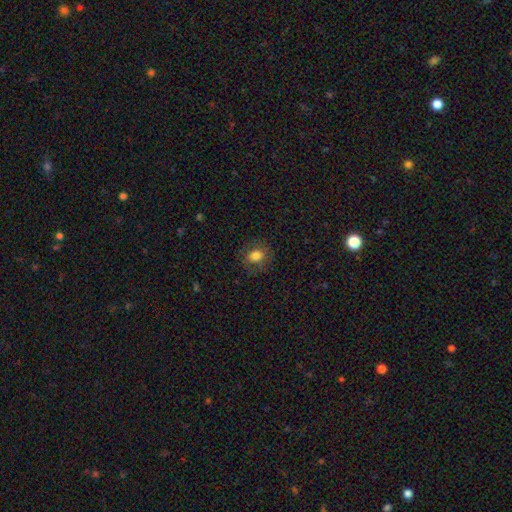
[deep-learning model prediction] Overall: smooth (78%). How rounded: round (64%; in between 35%). Merging: none (82%).